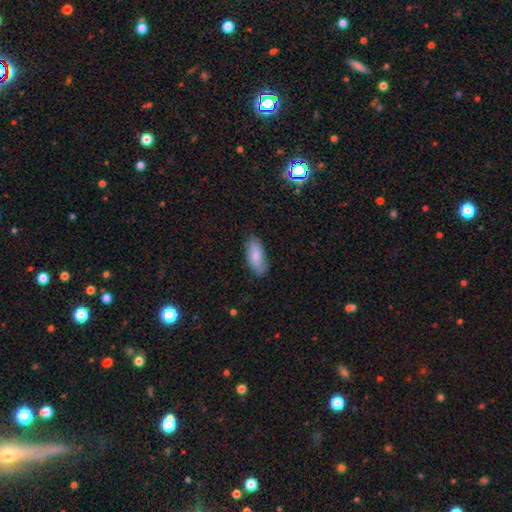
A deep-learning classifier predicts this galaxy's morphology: smooth-or-featured: smooth: 79% | featured or disk: 15% | star or artifact: 6%
  how-rounded: in between: 86% | cigar-shaped: 12% | round: 2%
  merging: none: 78% | minor disturbance: 18% | major disturbance: 3% | merger: 1%